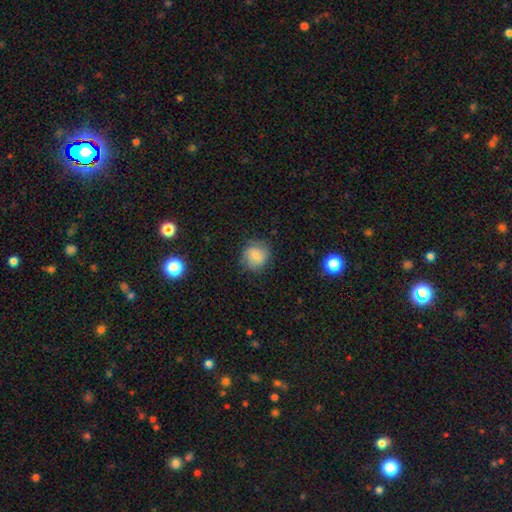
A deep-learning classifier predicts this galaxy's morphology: This is likely a smooth galaxy (79%). How rounded: clearly round (84%). Merging: likely none (77%).